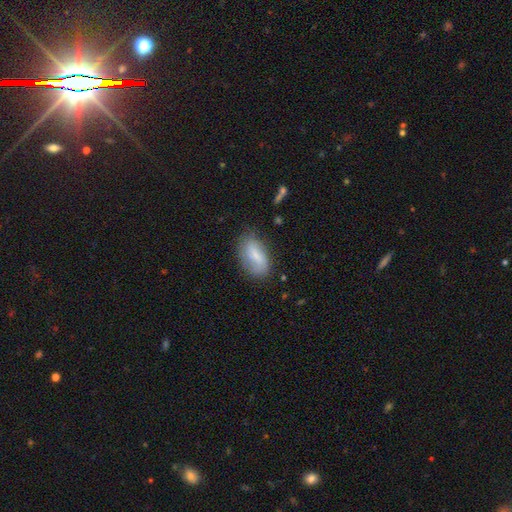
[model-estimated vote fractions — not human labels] Smooth or featured? smooth (68%)
How rounded? in between (90%)
Merging? none (69%)